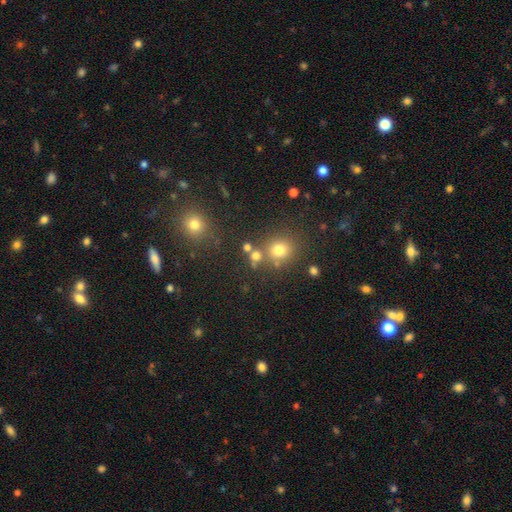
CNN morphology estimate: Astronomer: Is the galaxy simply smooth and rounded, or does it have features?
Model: smooth — 70%.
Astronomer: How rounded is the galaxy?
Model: round — 82%.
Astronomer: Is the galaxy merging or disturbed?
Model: none — 66%.